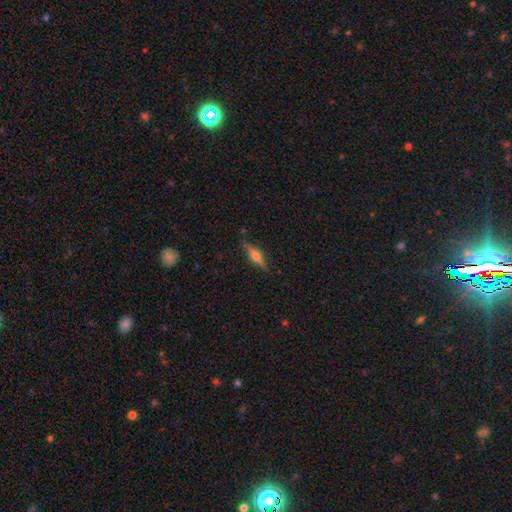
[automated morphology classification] A featured or disk galaxy (66%) viewed edge-on (96%) with a rounded central bulge (88%).

Vote fractions:
- Smooth or featured? featured or disk: 66% / smooth: 26% / star or artifact: 8%
- Edge-on disk? yes: 96% / no: 4%
- Edge-on bulge? rounded: 88% / boxy: 9% / none: 3%
- Merging? none: 84% / minor disturbance: 11% / major disturbance: 3% / merger: 2%